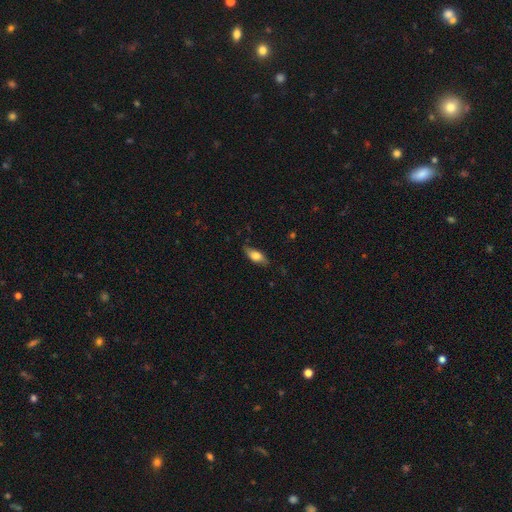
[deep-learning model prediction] smooth 69%, featured or disk 24%, star or artifact 7%. Down the decision tree: how rounded — in between (77%); merging — none (76%).